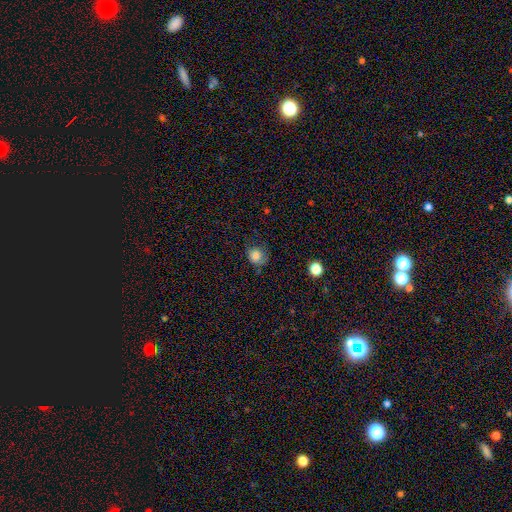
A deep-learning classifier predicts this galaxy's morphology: smooth_or_featured: smooth (p=0.79) [alt: star or artifact p=0.11]
how_rounded: round (p=0.79) [alt: in between p=0.20]
merging: none (p=0.61) [alt: minor disturbance p=0.26]